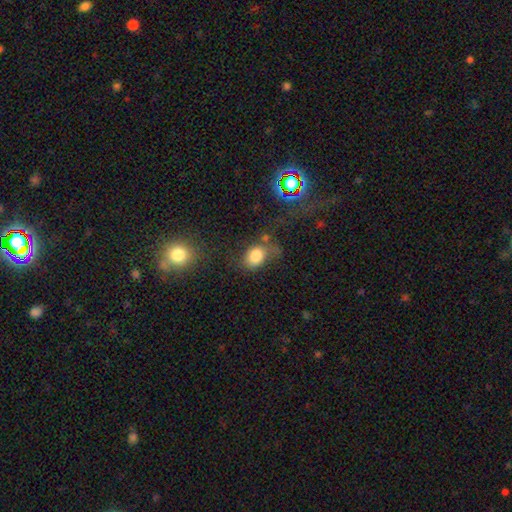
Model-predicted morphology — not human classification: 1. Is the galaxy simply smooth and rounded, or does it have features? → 77% smooth, 12% star or artifact, 11% featured or disk.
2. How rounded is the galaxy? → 63% in between, 36% round, 1% cigar-shaped.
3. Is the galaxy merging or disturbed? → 49% none, 25% minor disturbance, 16% major disturbance, 10% merger.